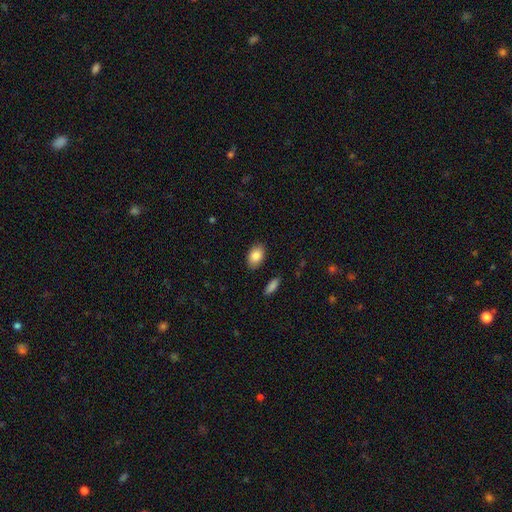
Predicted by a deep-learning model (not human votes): The model was most divided on "merging": none: 86%, minor disturbance: 10%, major disturbance: 2%, merger: 2%. More confident: how rounded — in between (90%); smooth or featured — smooth (86%).